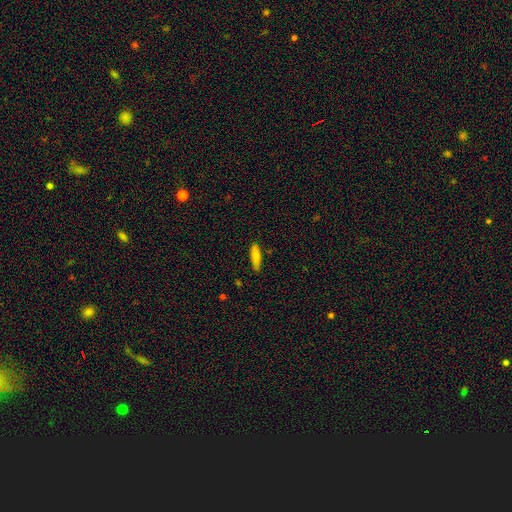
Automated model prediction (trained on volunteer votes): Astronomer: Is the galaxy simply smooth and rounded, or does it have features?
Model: smooth — 80%.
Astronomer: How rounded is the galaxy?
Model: cigar-shaped — 68%.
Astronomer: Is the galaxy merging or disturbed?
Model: none — 86%.